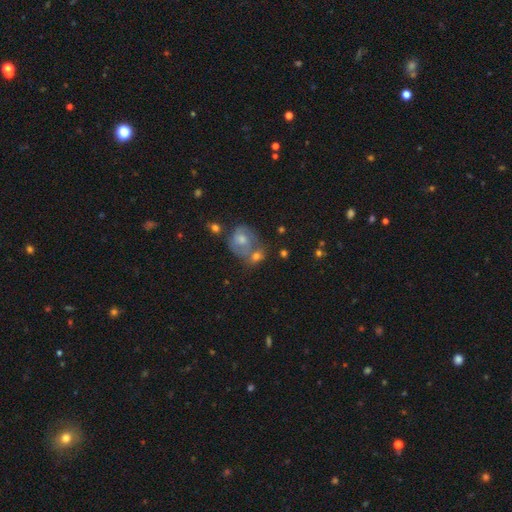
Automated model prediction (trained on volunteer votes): Smooth or featured?
  - featured or disk: 47% *
  - smooth: 37%
  - star or artifact: 16%
Merging?
  - none: 40% *
  - merger: 38%
  - minor disturbance: 14%
  - major disturbance: 8%